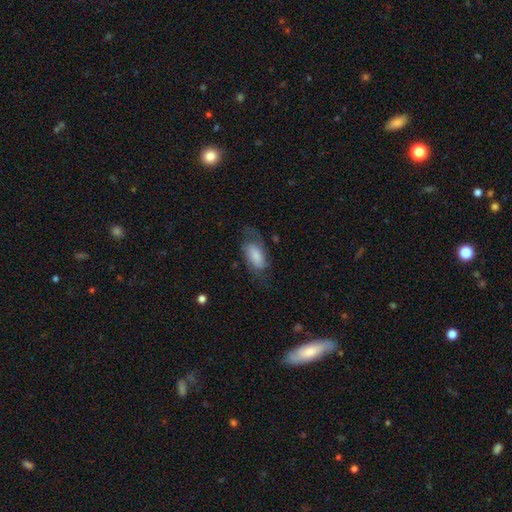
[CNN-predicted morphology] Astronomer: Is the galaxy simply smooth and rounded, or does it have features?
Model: smooth — 48% (runner-up: featured or disk, 44%).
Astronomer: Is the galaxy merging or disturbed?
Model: none — 53%.